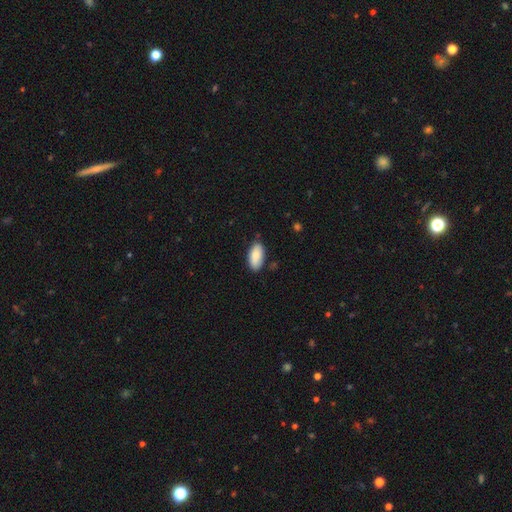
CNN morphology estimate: Smooth or featured: smooth — 87% (featured or disk — 7%)
How rounded: in between — 92% (cigar-shaped — 6%)
Merging: none — 77% (minor disturbance — 18%)